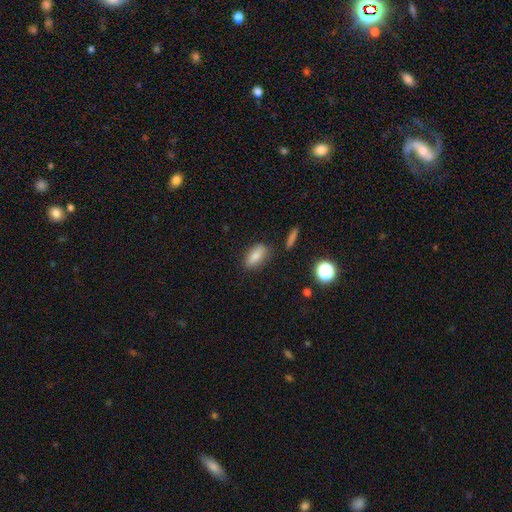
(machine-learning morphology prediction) Smooth or featured: smooth — 82% (star or artifact — 9%)
How rounded: in between — 81% (cigar-shaped — 13%)
Merging: none — 80% (minor disturbance — 13%)